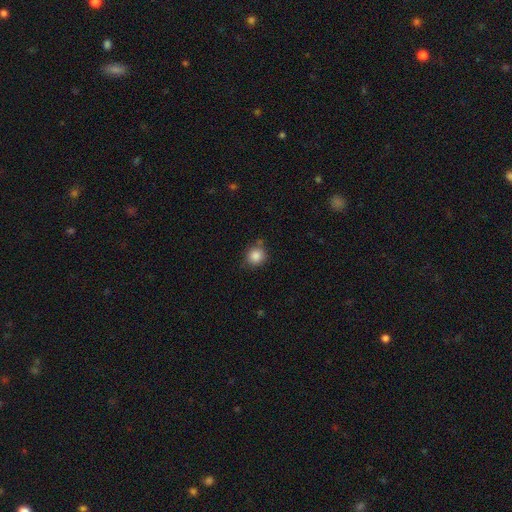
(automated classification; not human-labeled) The model was most divided on "merging": none: 78%, minor disturbance: 13%, merger: 5%, major disturbance: 3%. More confident: how rounded — round (90%); smooth or featured — smooth (86%).